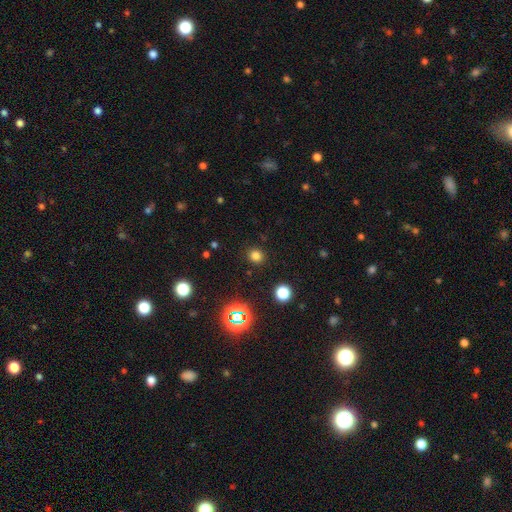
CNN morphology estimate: type=smooth (77%); roundness=round (83%); merging=none (90%).